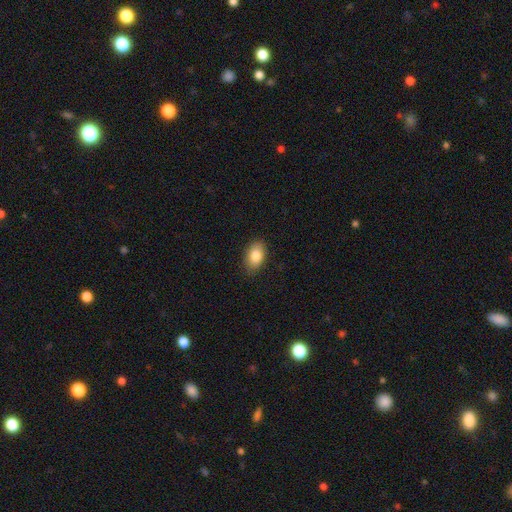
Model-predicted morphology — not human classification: The model was most divided on "merging": none: 86%, minor disturbance: 11%, major disturbance: 2%, merger: 1%. More confident: how rounded — in between (89%); smooth or featured — smooth (85%).